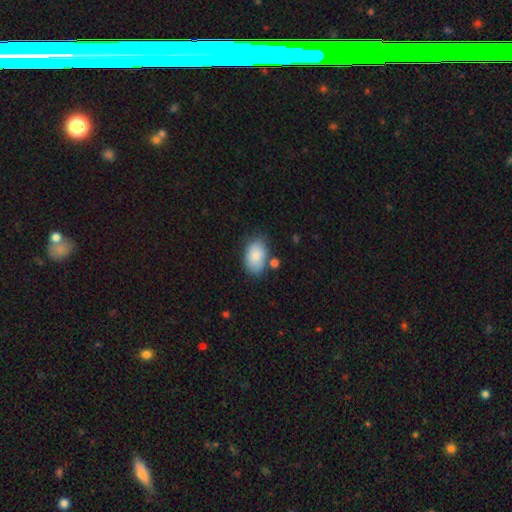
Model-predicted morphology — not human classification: The model was most divided on "merging": none: 69%, minor disturbance: 18%, merger: 8%, major disturbance: 5%. More confident: how rounded — in between (91%); smooth or featured — smooth (85%).